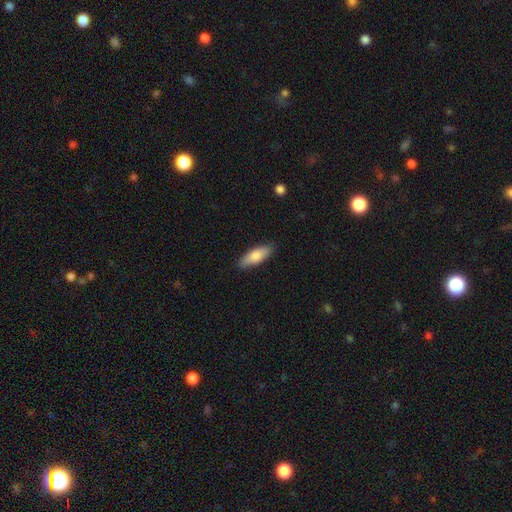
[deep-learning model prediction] Morphology: type=smooth (79%); roundness=in between (64%); merging=none (87%).